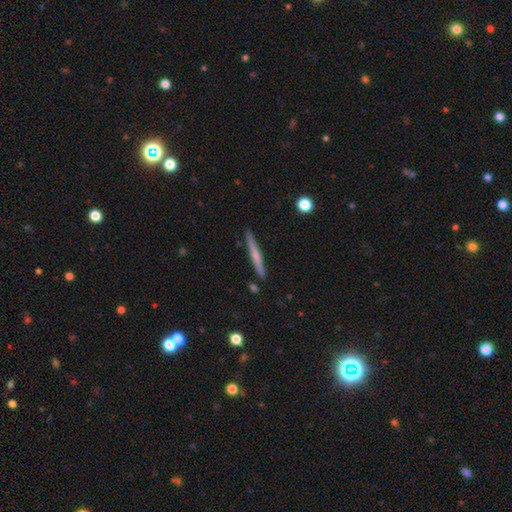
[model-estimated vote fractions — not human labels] Smooth or featured: featured or disk — 48% (smooth — 46%)
Merging: none — 90% (minor disturbance — 7%)